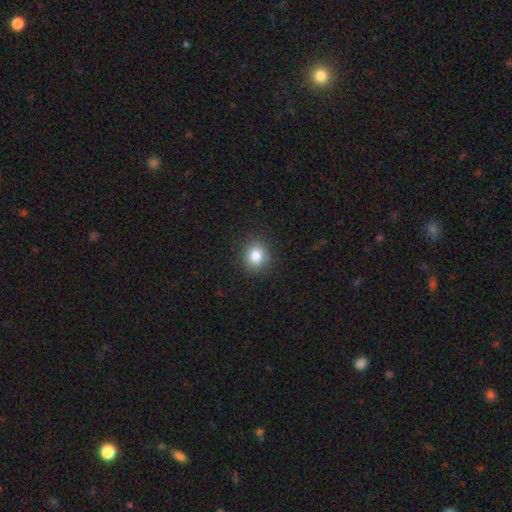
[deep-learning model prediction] The model was most divided on "how rounded": round: 84%, in between: 15%, cigar-shaped: 1%. More confident: merging — none (89%); smooth or featured — smooth (84%).